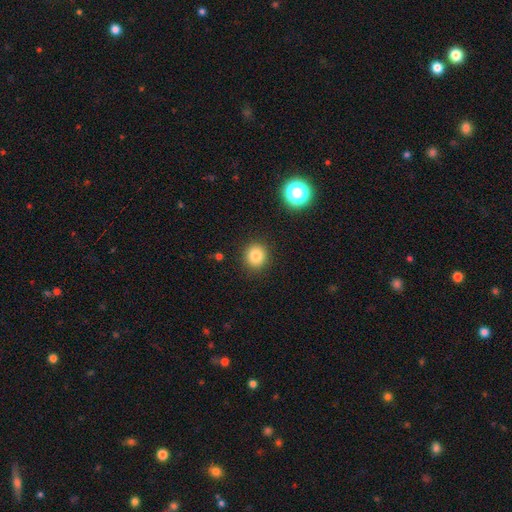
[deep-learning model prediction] Smooth or featured? smooth (83%)
How rounded? round (85%)
Merging? none (90%)